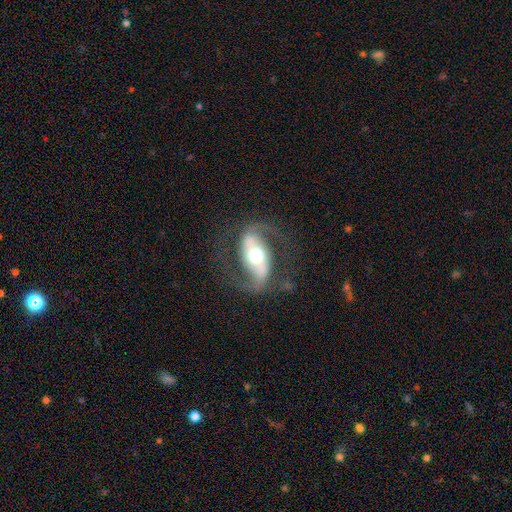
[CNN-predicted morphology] This is clearly a featured or disk galaxy (88%). It is clearly not viewed edge-on (96%). Bar: possibly strong (49%). Spiral arm pattern: clearly yes (95%). Spiral arm count: clearly 2 (93%). Spiral winding: possibly medium (46%). Central bulge: likely moderate (65%). Merging: likely none (75%).